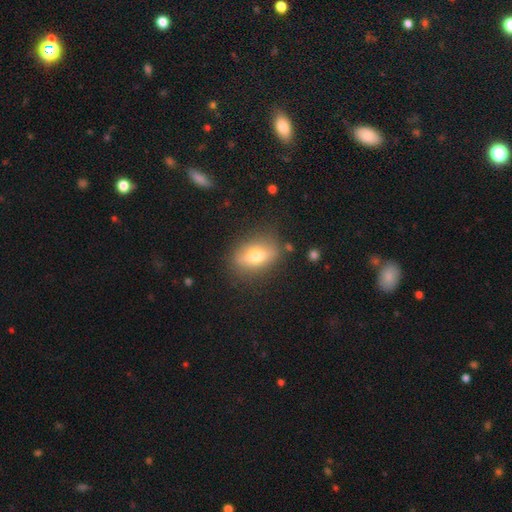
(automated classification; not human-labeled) smooth-or-featured: smooth: 62% | featured or disk: 29% | star or artifact: 9%
  how-rounded: in between: 76% | round: 17% | cigar-shaped: 7%
  merging: none: 80% | minor disturbance: 14% | major disturbance: 5% | merger: 2%